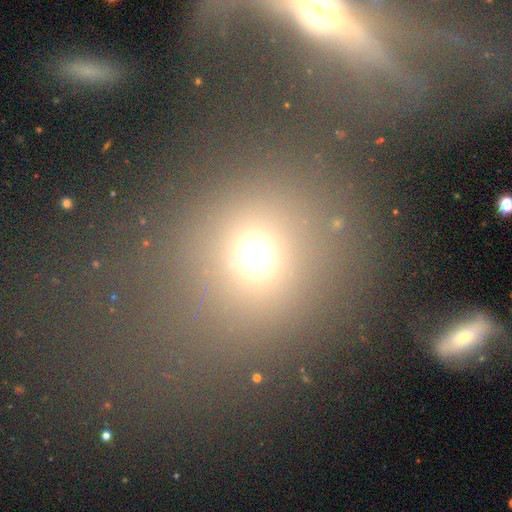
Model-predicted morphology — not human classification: type=smooth (65%); roundness=round (81%); merging=none (69%).